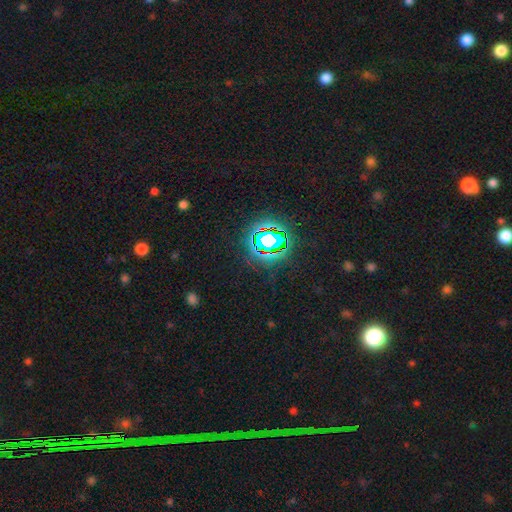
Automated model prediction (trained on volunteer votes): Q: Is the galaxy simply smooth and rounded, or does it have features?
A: star or artifact — 84%.